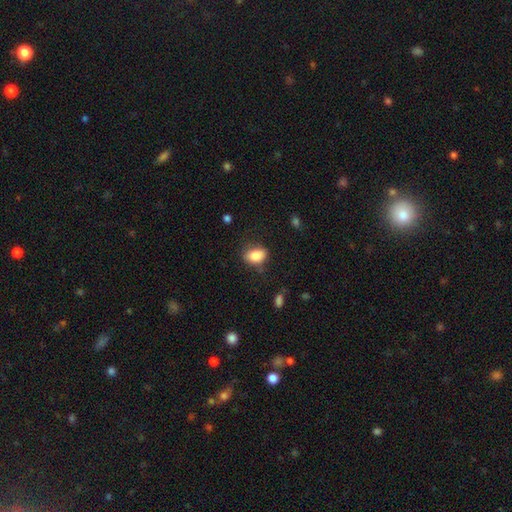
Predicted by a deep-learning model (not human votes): This is clearly a smooth galaxy (86%). How rounded: likely in between (79%). Merging: likely none (73%).